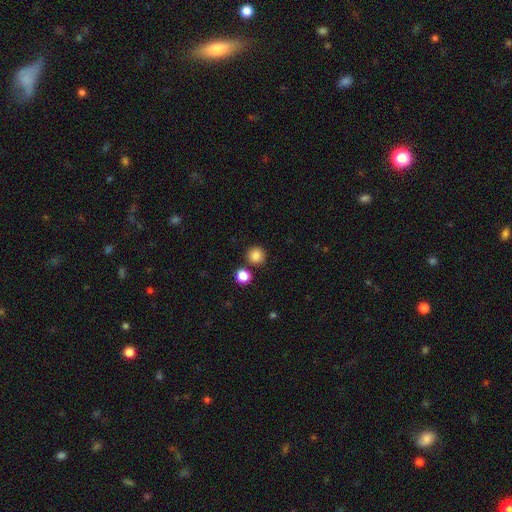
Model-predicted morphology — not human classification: Smooth or featured: smooth — 85% (star or artifact — 11%)
How rounded: round — 94% (in between — 5%)
Merging: none — 85% (merger — 7%)